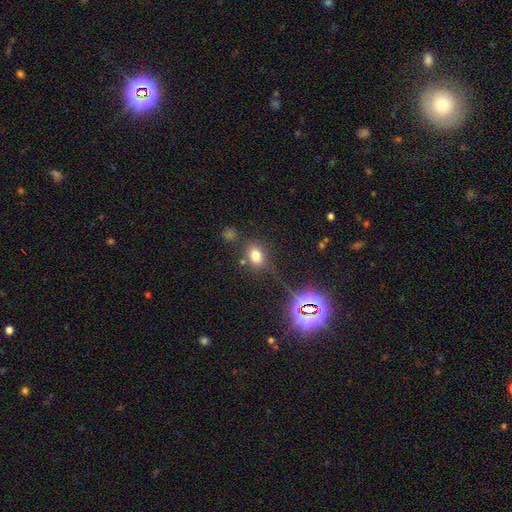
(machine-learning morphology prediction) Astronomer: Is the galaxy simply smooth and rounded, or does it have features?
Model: smooth — 73%.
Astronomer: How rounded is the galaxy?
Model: in between — 63%.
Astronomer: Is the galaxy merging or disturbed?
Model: none — 73%.